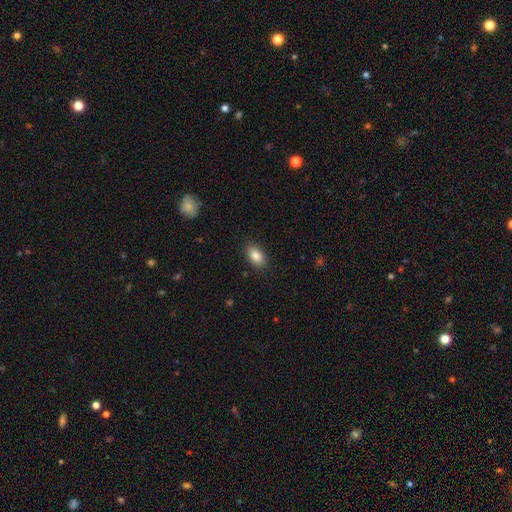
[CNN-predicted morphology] The model was most divided on "smooth or featured": smooth: 86%, star or artifact: 8%, featured or disk: 6%. More confident: how rounded — in between (92%); merging — none (88%).